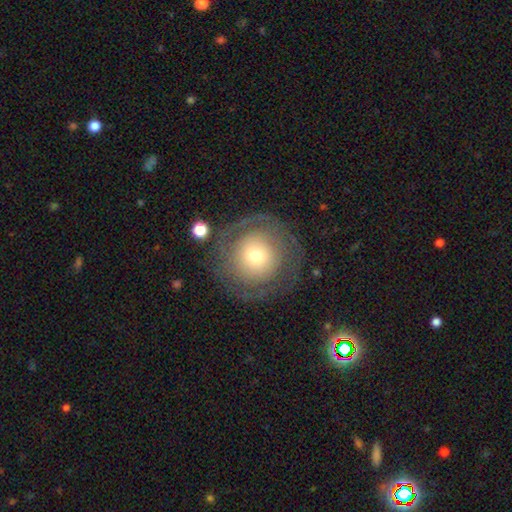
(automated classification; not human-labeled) This is possibly a featured or disk galaxy (51%). It is clearly not viewed edge-on (96%). Merging: likely none (75%).